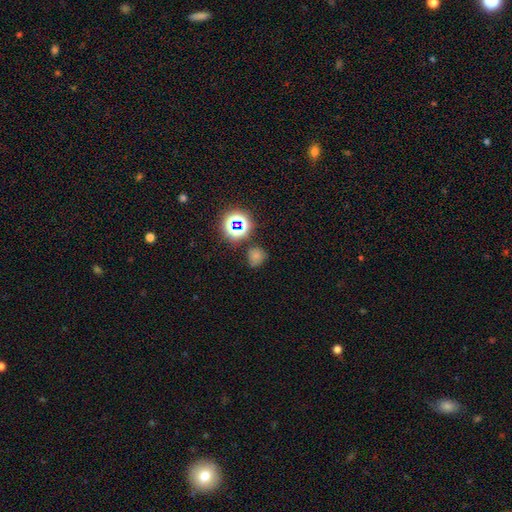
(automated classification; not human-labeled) Q: Smooth or featured?
A: smooth (63%); runner-up: star or artifact (29%)
Q: How rounded?
A: round (76%); runner-up: in between (23%)
Q: Merging?
A: none (67%); runner-up: minor disturbance (20%)